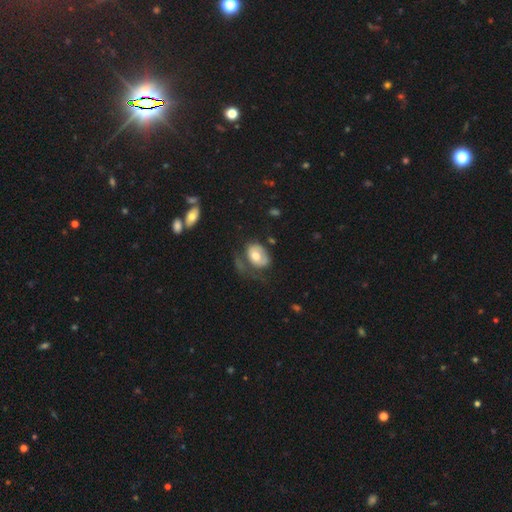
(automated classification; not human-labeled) Q: Smooth or featured?
A: smooth (56%); runner-up: featured or disk (37%)
Q: How rounded?
A: in between (73%); runner-up: round (25%)
Q: Merging?
A: major disturbance (40%); runner-up: none (30%)